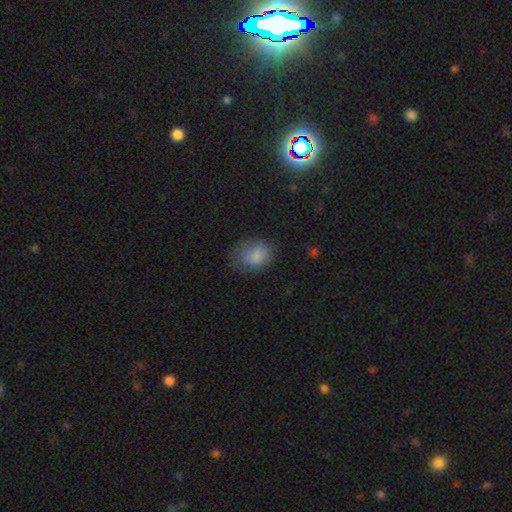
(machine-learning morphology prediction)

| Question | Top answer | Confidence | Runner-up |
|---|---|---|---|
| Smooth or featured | smooth | 81% | featured or disk (11%) |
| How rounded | in between | 64% | round (35%) |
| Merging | none | 62% | minor disturbance (25%) |